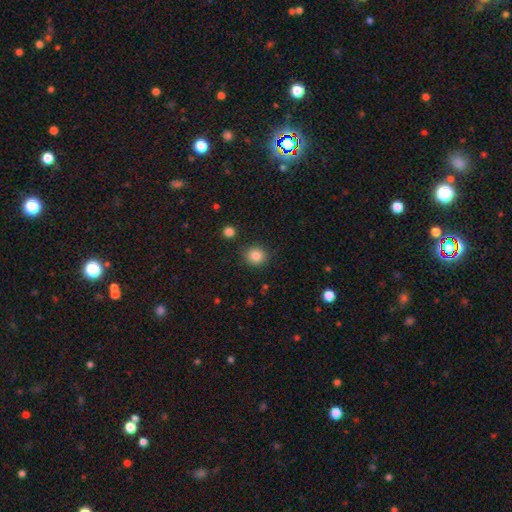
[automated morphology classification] type=smooth (85%); roundness=round (84%); merging=none (86%).